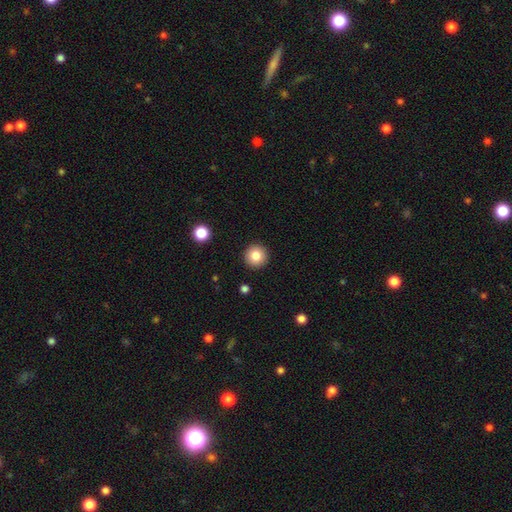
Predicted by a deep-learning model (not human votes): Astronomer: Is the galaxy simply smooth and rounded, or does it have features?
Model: smooth — 83%.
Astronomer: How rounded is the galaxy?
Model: round — 96%.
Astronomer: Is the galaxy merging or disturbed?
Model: none — 92%.